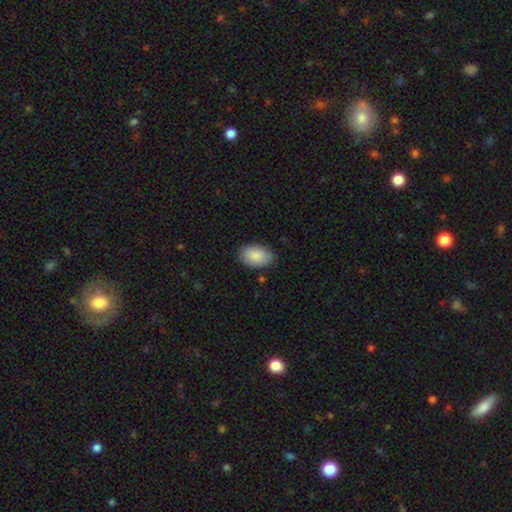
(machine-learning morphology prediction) A smooth galaxy with no disk features (88%) that is in between round and cigar-shaped (92%).

Vote fractions:
- Smooth or featured? smooth: 88% / featured or disk: 6% / star or artifact: 6%
- How rounded? in between: 92% / round: 7% / cigar-shaped: 1%
- Merging? none: 83% / minor disturbance: 14% / major disturbance: 3% / merger: 1%